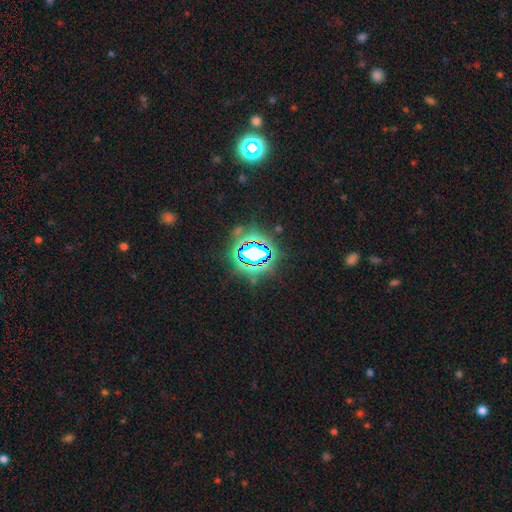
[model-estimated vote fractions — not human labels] star or artifact 77%, smooth 14%, featured or disk 9%.